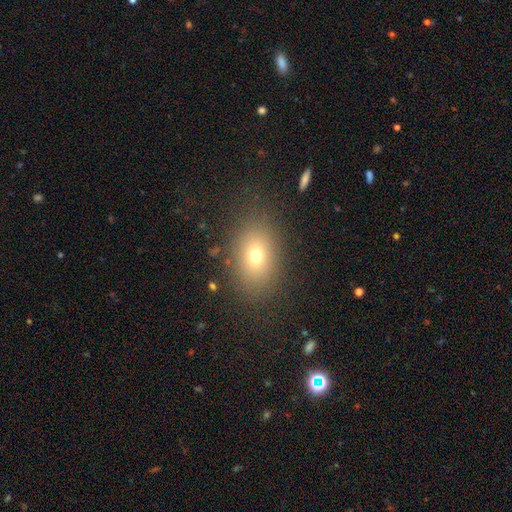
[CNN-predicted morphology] Smooth or featured? smooth (70%)
How rounded? in between (74%)
Merging? none (82%)